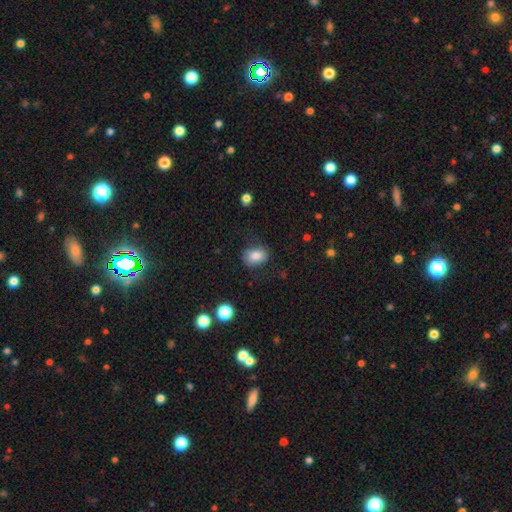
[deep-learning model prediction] Smooth or featured? Predicted: smooth (p=0.83). How rounded? Predicted: in between (p=0.64). Merging? Predicted: none (p=0.75).